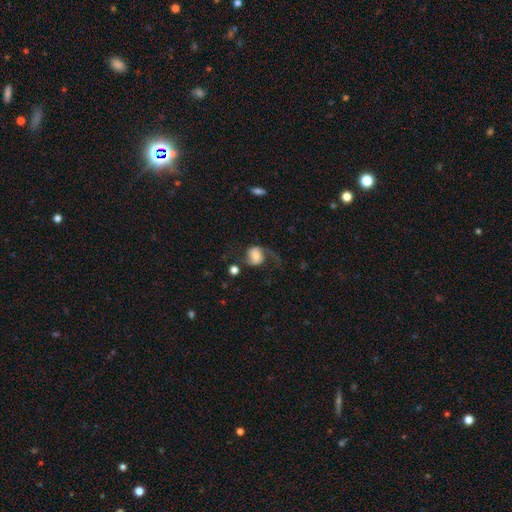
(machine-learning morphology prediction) This is possibly a featured or disk galaxy (60%). It is clearly not viewed edge-on (97%). Bar: likely no (62%). Spiral arm pattern: clearly yes (89%). Spiral arm count: likely 2 (67%). Spiral winding: likely loose (64%). Central bulge: possibly moderate (53%). Merging: possibly none (46%).